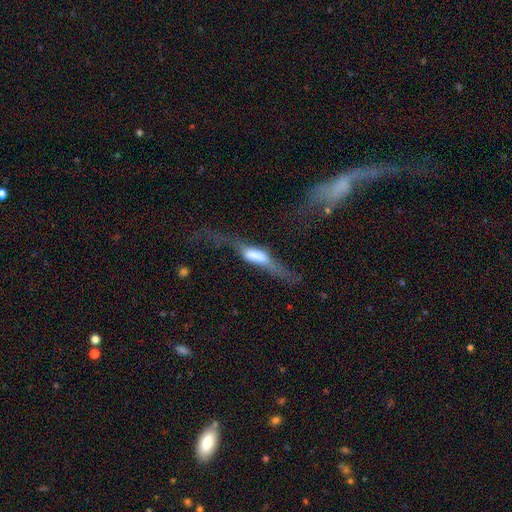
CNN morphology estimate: smooth-or-featured: featured or disk: 52% | smooth: 40% | star or artifact: 8%
  disk-edge-on: yes: 61% | no: 39%
  merging: major disturbance: 49% | none: 24% | minor disturbance: 18% | merger: 9%